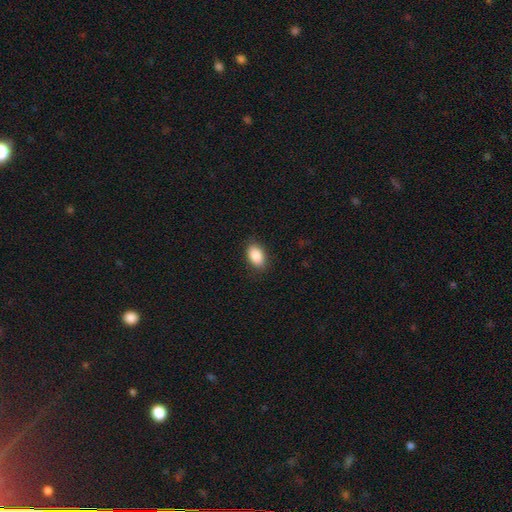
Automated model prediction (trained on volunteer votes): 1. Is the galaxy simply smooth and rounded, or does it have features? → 89% smooth, 7% star or artifact, 4% featured or disk.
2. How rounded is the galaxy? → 90% in between, 8% round, 2% cigar-shaped.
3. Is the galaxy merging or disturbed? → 87% none, 10% minor disturbance, 2% major disturbance, 1% merger.